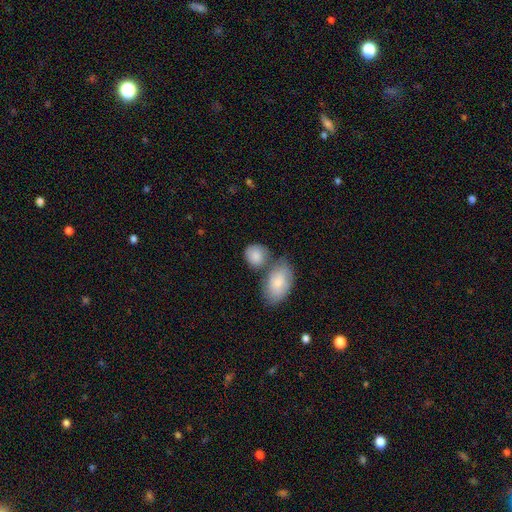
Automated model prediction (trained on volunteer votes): Morphology: type=smooth (84%); roundness=round (62%); merging=none (48%).